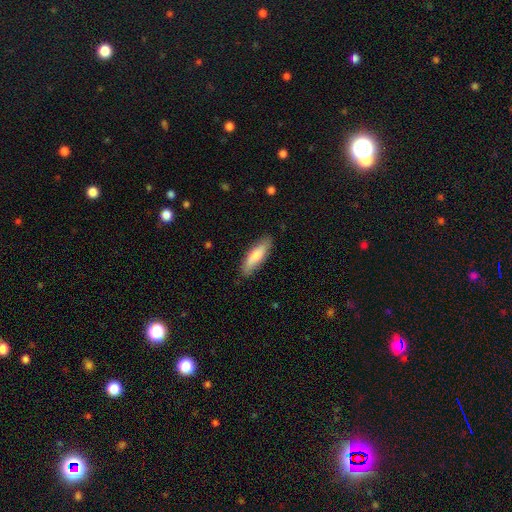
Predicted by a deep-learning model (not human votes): Smooth or featured? Predicted: smooth (p=0.75). How rounded? Predicted: cigar-shaped (p=0.55). Merging? Predicted: none (p=0.84).